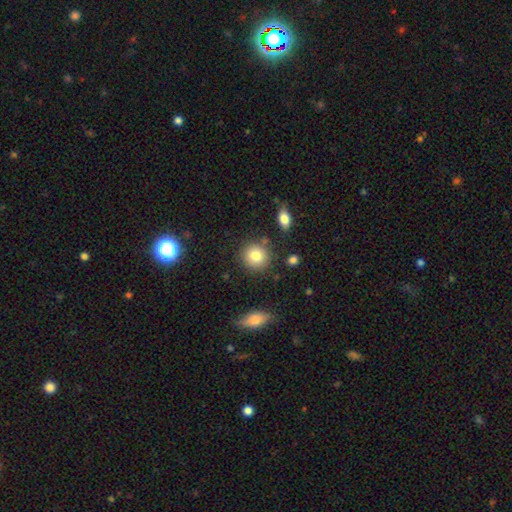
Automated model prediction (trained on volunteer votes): A smooth galaxy with no disk features (82%) that is round (88%).

Vote fractions:
- Smooth or featured? smooth: 82% / star or artifact: 9% / featured or disk: 9%
- How rounded? round: 88% / in between: 10% / cigar-shaped: 1%
- Merging? none: 83% / minor disturbance: 9% / merger: 5% / major disturbance: 3%